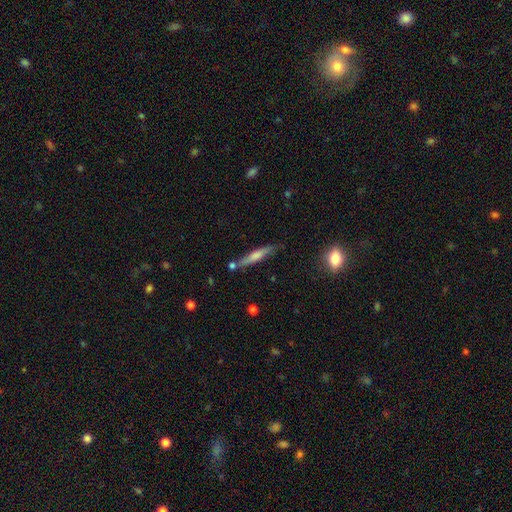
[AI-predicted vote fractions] smooth 55%, featured or disk 38%, star or artifact 7%. Down the decision tree: how rounded — cigar-shaped (91%); merging — none (73%).